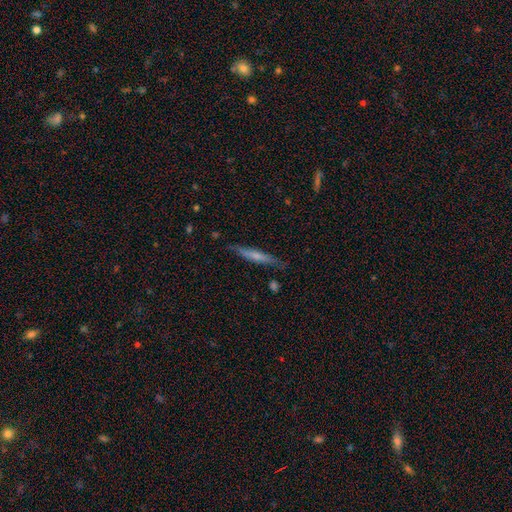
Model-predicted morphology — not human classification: The model was most divided on "smooth or featured": featured or disk: 48%, smooth: 46%, star or artifact: 6%. More confident: merging — none (82%).